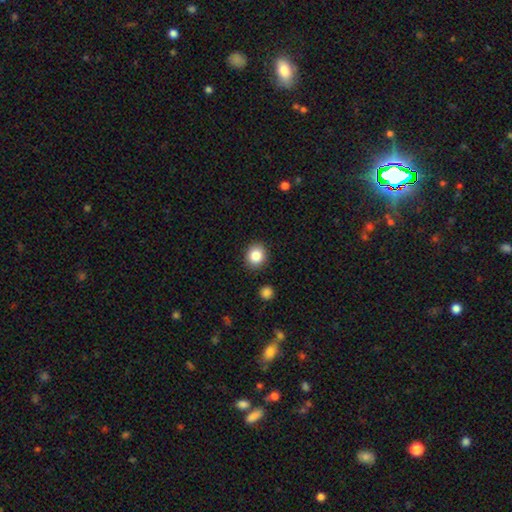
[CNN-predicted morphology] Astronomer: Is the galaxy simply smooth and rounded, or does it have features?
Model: smooth — 85%.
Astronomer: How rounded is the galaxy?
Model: round — 75%.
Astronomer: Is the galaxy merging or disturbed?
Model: none — 89%.